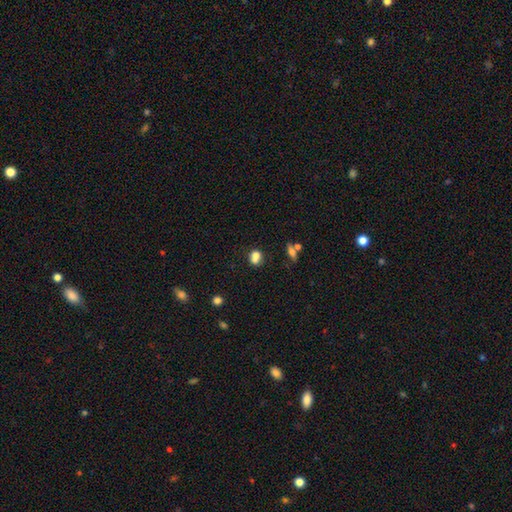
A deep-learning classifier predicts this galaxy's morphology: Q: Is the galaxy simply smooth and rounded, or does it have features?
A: smooth — 74%.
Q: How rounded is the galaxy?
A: round — 53%.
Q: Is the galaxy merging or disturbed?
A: none — 41%.